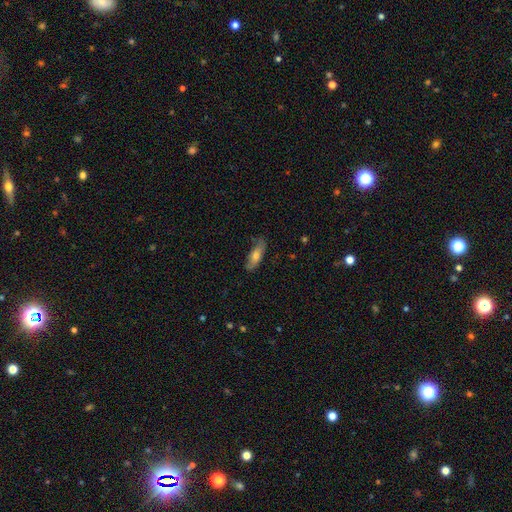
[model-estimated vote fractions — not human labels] Smooth or featured? Predicted: smooth (p=0.64). How rounded? Predicted: in between (p=0.57). Merging? Predicted: none (p=0.72).